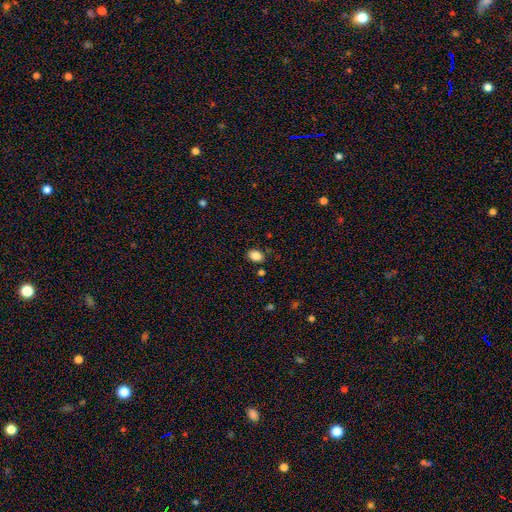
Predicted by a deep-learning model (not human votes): Smooth or featured?
  - smooth: 85% *
  - star or artifact: 9%
  - featured or disk: 5%
How rounded?
  - in between: 80% *
  - round: 19%
  - cigar-shaped: 1%
Merging?
  - none: 83% *
  - minor disturbance: 11%
  - merger: 3%
  - major disturbance: 3%